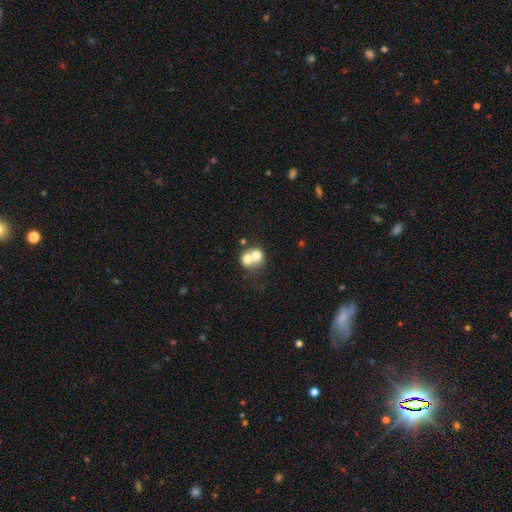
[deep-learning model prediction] Smooth or featured: smooth — 66% (featured or disk — 24%)
How rounded: round — 71% (in between — 28%)
Merging: merger — 70% (none — 21%)